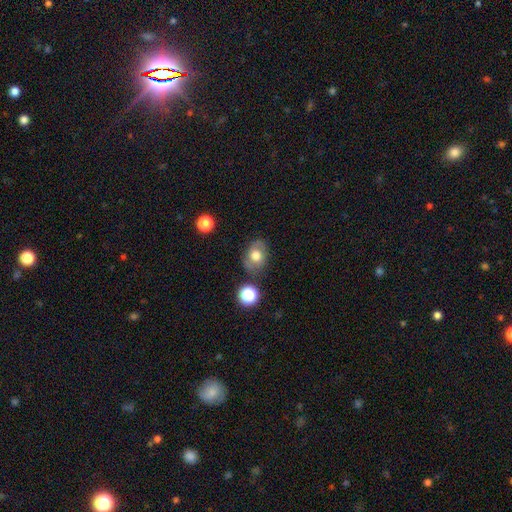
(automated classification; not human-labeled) A smooth galaxy with no disk features (65%) that is in between round and cigar-shaped (61%). Merging: none (73%).